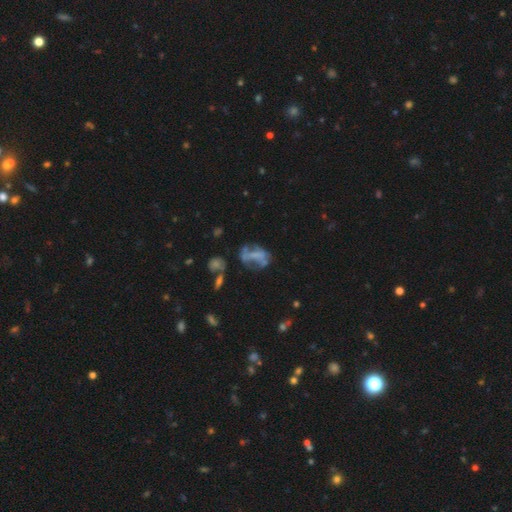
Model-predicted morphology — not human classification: This is possibly a featured or disk galaxy (50%). Merging: marginally none (34%).